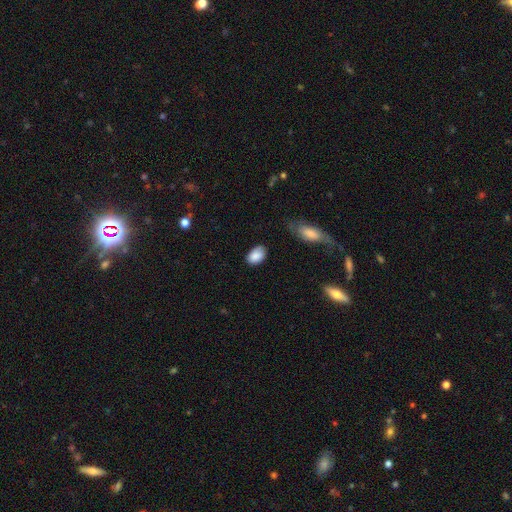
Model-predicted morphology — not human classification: Smooth or featured: smooth — 88% (star or artifact — 7%)
How rounded: in between — 89% (round — 10%)
Merging: none — 75% (minor disturbance — 19%)